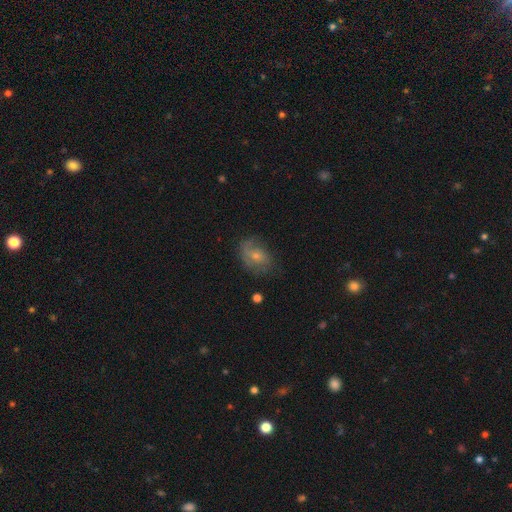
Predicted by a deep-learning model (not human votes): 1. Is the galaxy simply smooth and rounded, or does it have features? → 50% featured or disk, 36% smooth, 14% star or artifact.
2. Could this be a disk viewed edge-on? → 95% no, 5% yes.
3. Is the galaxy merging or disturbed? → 64% none, 23% minor disturbance, 11% major disturbance, 2% merger.